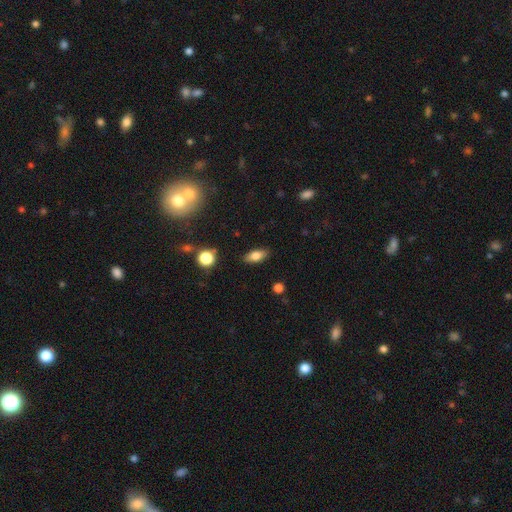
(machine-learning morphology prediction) smooth-or-featured: smooth: 79% | featured or disk: 12% | star or artifact: 9%
  how-rounded: in between: 84% | cigar-shaped: 11% | round: 5%
  merging: none: 86% | minor disturbance: 10% | major disturbance: 2% | merger: 1%